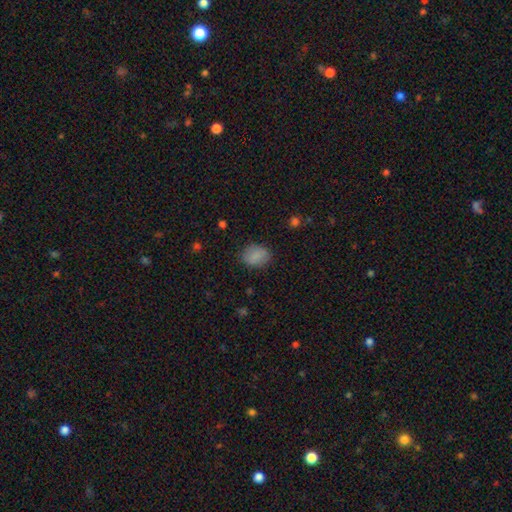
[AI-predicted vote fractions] Smooth or featured? smooth (85%)
How rounded? in between (64%)
Merging? none (82%)